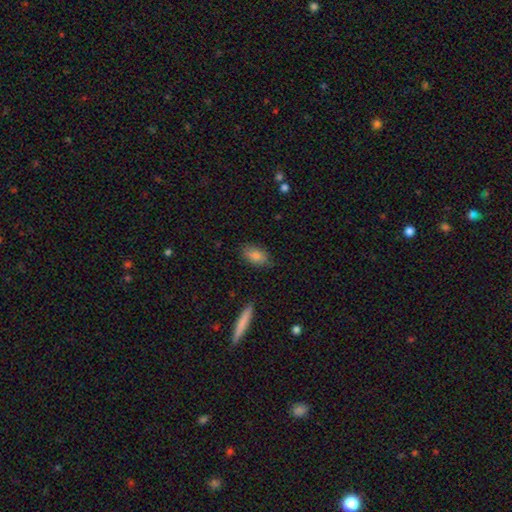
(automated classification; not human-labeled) smooth-or-featured: smooth: 80% | featured or disk: 13% | star or artifact: 8%
  how-rounded: in between: 87% | cigar-shaped: 6% | round: 6%
  merging: none: 81% | minor disturbance: 14% | major disturbance: 3% | merger: 1%